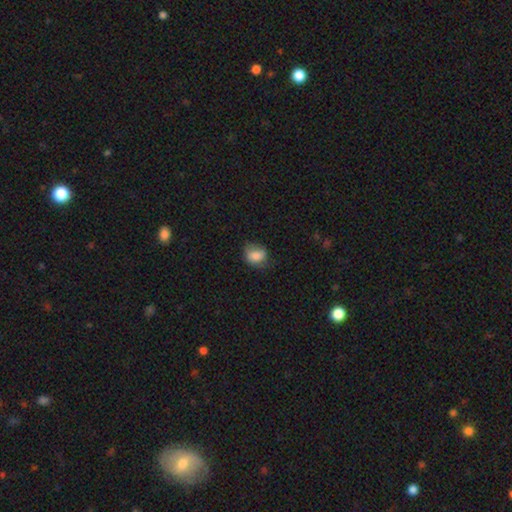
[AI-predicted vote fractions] smooth_or_featured: smooth (p=0.80) [alt: featured or disk p=0.11]
how_rounded: in between (p=0.51) [alt: round p=0.48]
merging: none (p=0.60) [alt: minor disturbance p=0.29]